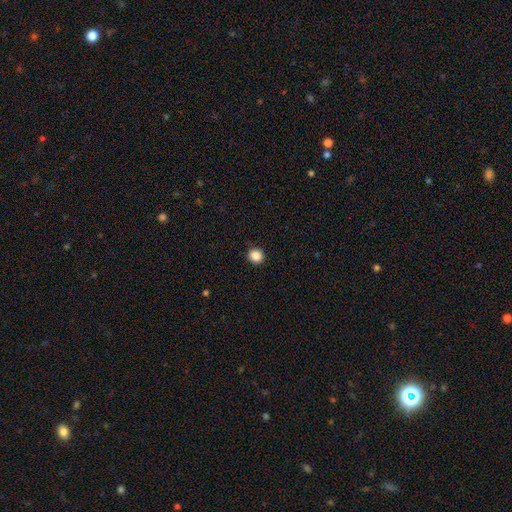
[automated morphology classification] This is clearly a smooth galaxy (86%). How rounded: clearly round (87%). Merging: clearly none (91%).